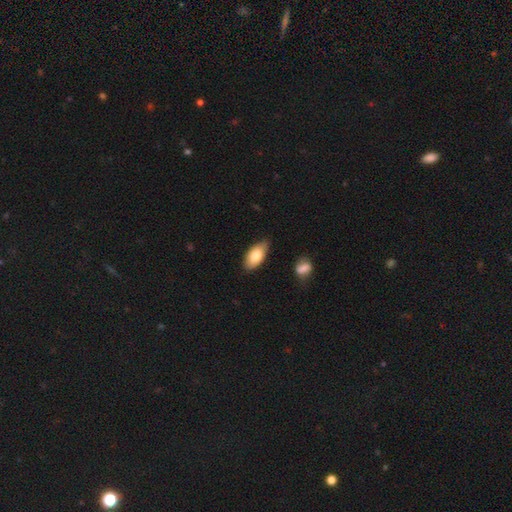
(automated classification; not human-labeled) Q: Smooth or featured?
A: smooth (78%); runner-up: featured or disk (15%)
Q: How rounded?
A: in between (92%); runner-up: cigar-shaped (5%)
Q: Merging?
A: none (78%); runner-up: minor disturbance (17%)